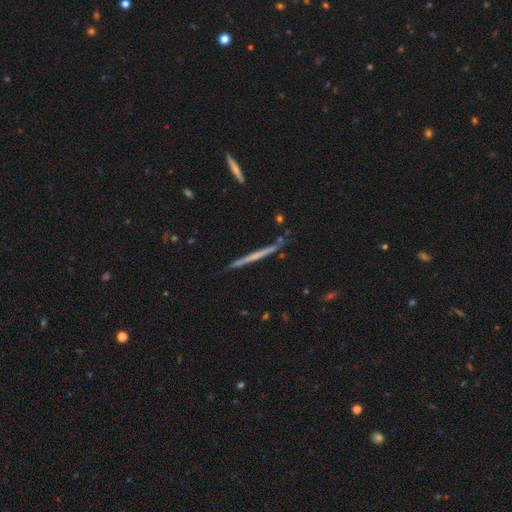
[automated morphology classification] This appears to be a featured or disk galaxy (55%) viewed edge-on (97%) with no central bulge (86%). Merging: none (85%).